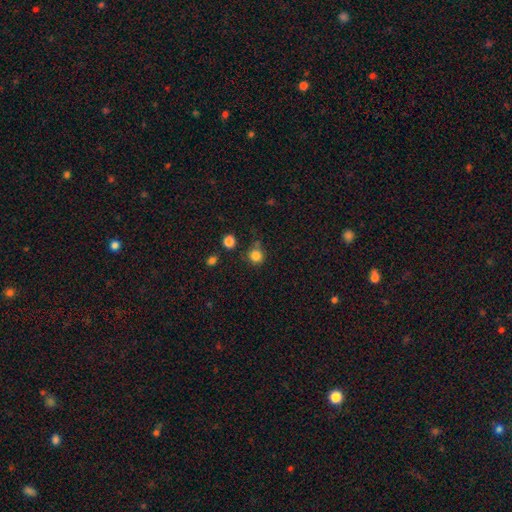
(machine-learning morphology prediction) A smooth galaxy with no disk features (83%) that is round (90%). Merging: none (69%).